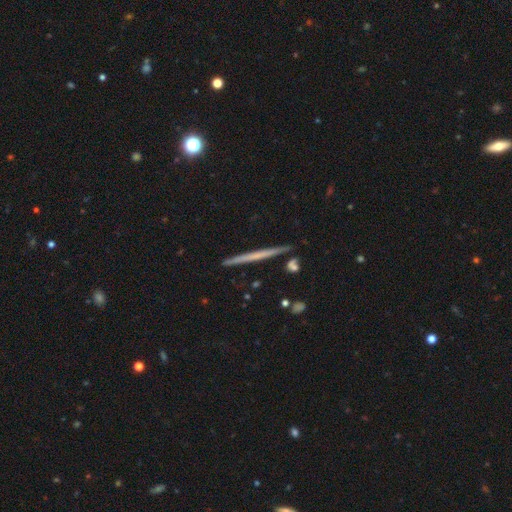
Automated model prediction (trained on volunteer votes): Smooth or featured?
  - featured or disk: 56% *
  - smooth: 38%
  - star or artifact: 6%
Edge-on disk?
  - yes: 98% *
  - no: 2%
Edge-on bulge?
  - none: 88% *
  - rounded: 9%
  - boxy: 3%
Merging?
  - none: 91% *
  - minor disturbance: 6%
  - merger: 2%
  - major disturbance: 1%